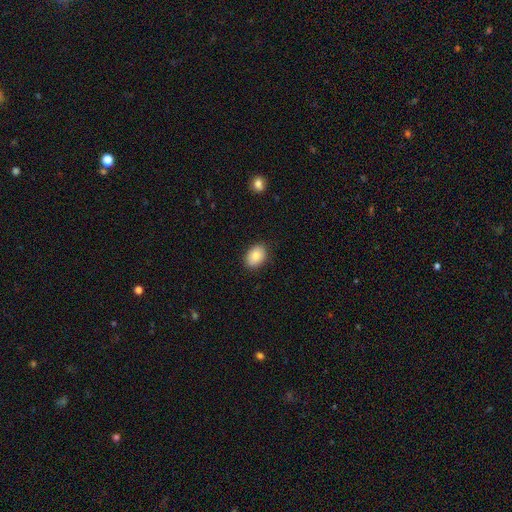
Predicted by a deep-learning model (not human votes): The model was most divided on "how rounded": in between: 80%, round: 19%, cigar-shaped: 1%. More confident: merging — none (87%); smooth or featured — smooth (85%).